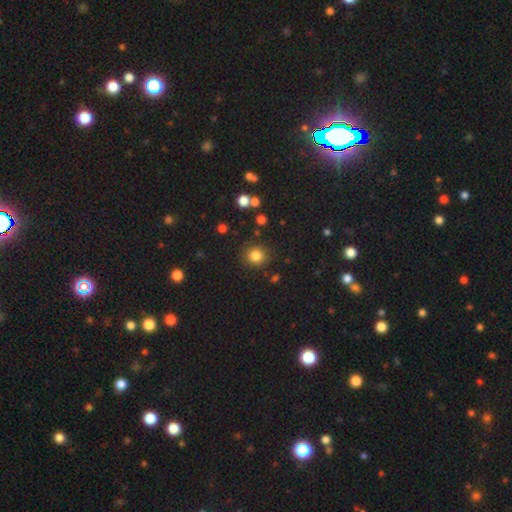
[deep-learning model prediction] Smooth or featured? smooth (82%)
How rounded? round (90%)
Merging? none (87%)